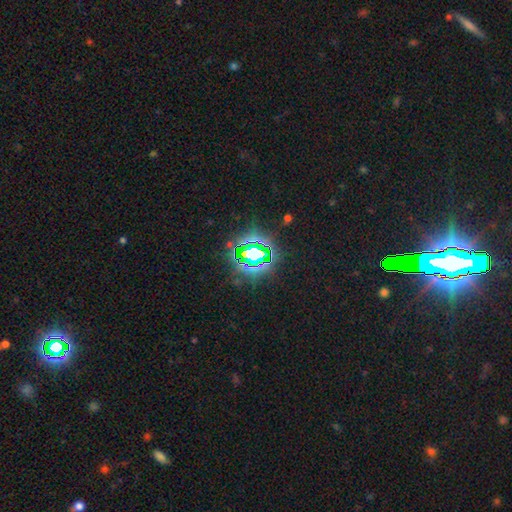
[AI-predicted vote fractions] smooth-or-featured: star or artifact: 79% | smooth: 12% | featured or disk: 9%